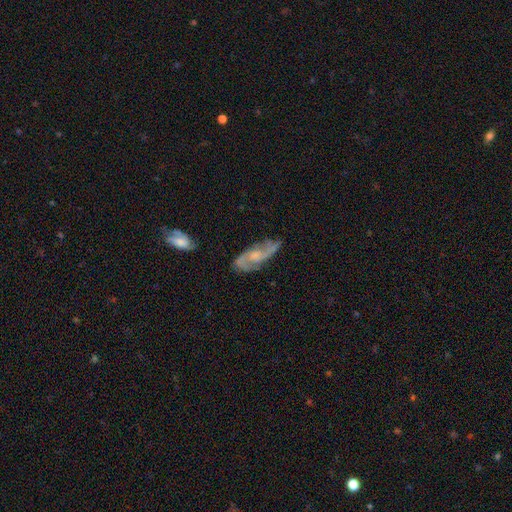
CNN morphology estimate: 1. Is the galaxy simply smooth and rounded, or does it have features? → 80% featured or disk, 14% smooth, 6% star or artifact.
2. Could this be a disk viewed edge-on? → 91% no, 9% yes.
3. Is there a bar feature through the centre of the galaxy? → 58% no, 36% weak, 6% strong.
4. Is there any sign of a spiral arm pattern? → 94% yes, 6% no.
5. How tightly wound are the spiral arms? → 48% medium, 31% loose, 21% tight.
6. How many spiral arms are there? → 81% 2, 9% can't tell, 5% 3, 2% 1, 2% 4, 1% more than 4.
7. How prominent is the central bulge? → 43% moderate, 34% small, 16% none, 6% large, 1% dominant.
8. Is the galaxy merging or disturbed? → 72% none, 19% minor disturbance, 7% major disturbance, 2% merger.